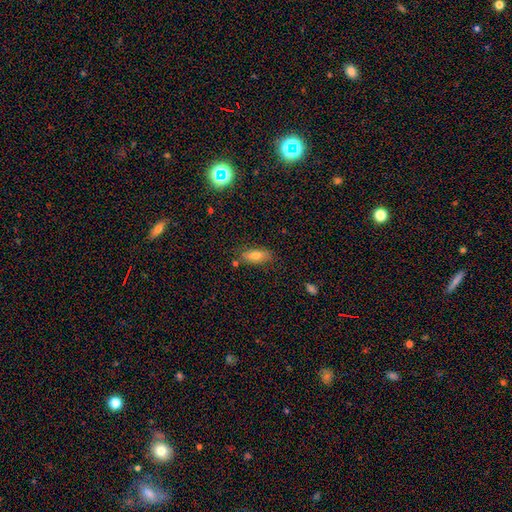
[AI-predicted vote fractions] Smooth or featured? smooth (73%)
How rounded? in between (73%)
Merging? none (79%)